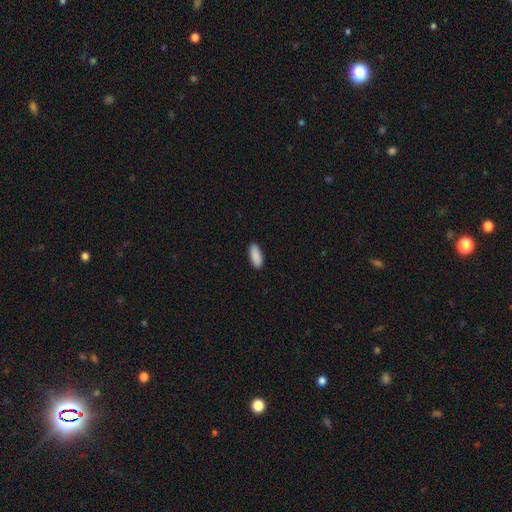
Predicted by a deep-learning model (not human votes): The model was most divided on "how rounded": in between: 84%, cigar-shaped: 15%, round: 2%. More confident: smooth or featured — smooth (91%); merging — none (90%).